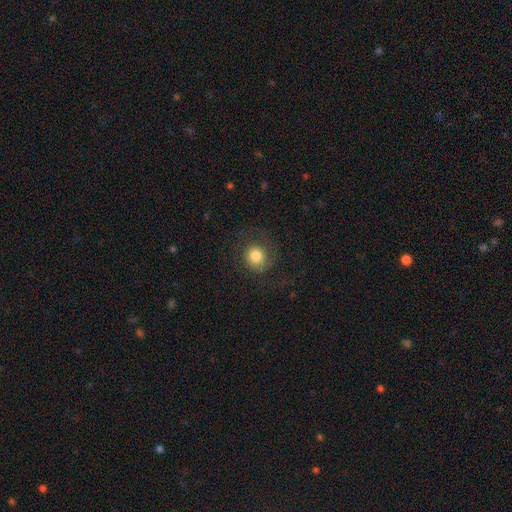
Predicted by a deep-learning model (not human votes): Overall: smooth (68%). How rounded: round (86%). Merging: none (65%).